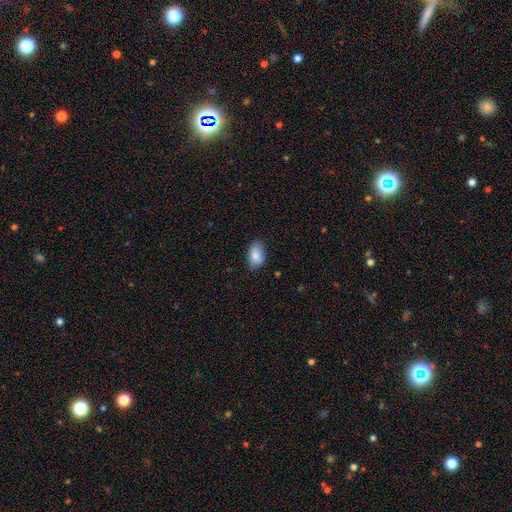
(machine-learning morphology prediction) Smooth or featured? smooth (86%)
How rounded? in between (91%)
Merging? none (80%)